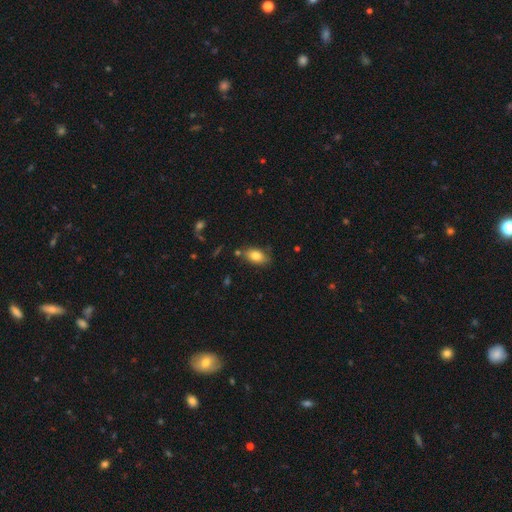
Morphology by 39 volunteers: Smooth or featured: smooth — 72% (featured or disk — 21%)
How rounded: in between — 93% (round — 4%)
Merging: none — 64% (minor disturbance — 19%)